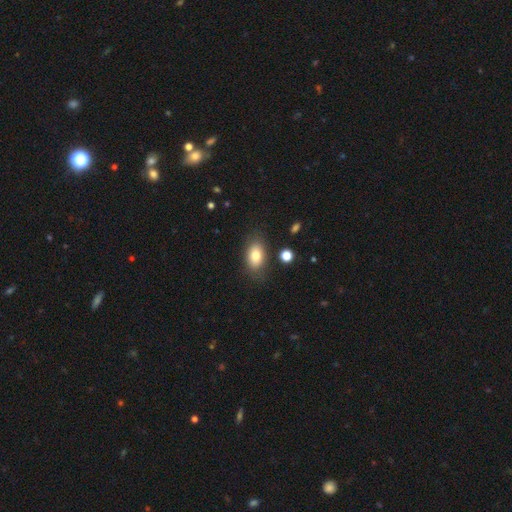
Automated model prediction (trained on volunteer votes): A smooth galaxy with no disk features (80%) that is in between round and cigar-shaped (88%). Merging: none (80%).